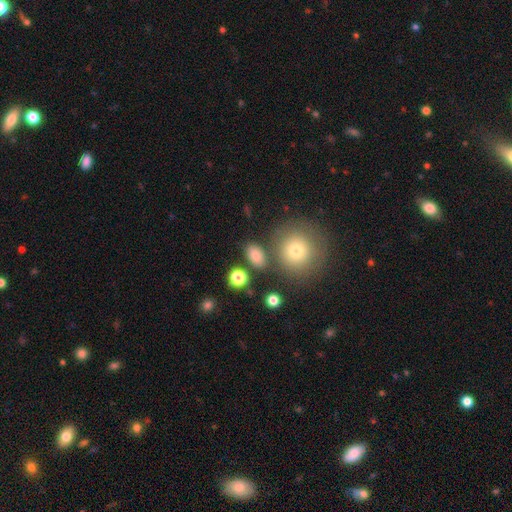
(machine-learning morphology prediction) Smooth or featured: smooth — 82% (star or artifact — 11%)
How rounded: in between — 79% (round — 19%)
Merging: none — 76% (minor disturbance — 11%)